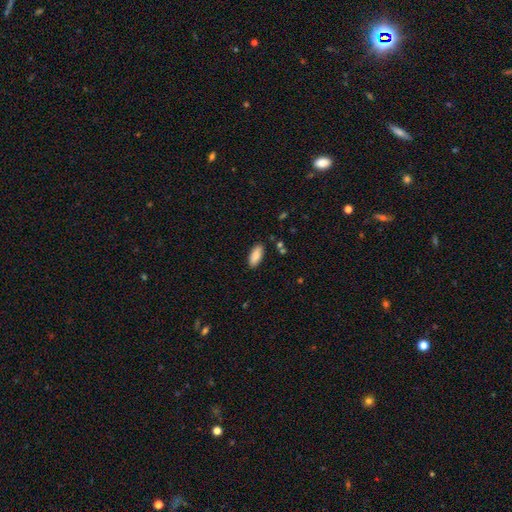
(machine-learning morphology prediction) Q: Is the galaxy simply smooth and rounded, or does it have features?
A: smooth — 87%.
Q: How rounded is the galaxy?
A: in between — 83%.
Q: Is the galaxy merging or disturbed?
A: none — 87%.